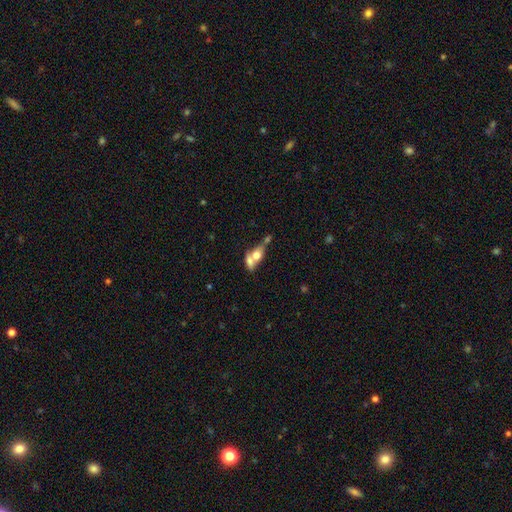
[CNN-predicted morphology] This appears to be a smooth galaxy with no disk features (60%) that is in between round and cigar-shaped (64%). Merging: merger (66%).